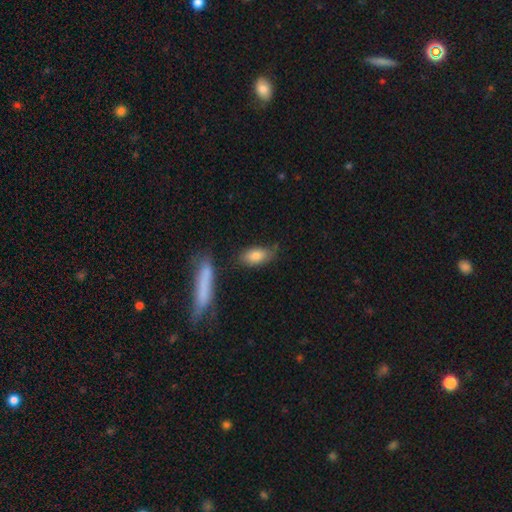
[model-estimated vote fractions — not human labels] Morphology: type=smooth (82%); roundness=in between (84%); merging=none (66%).